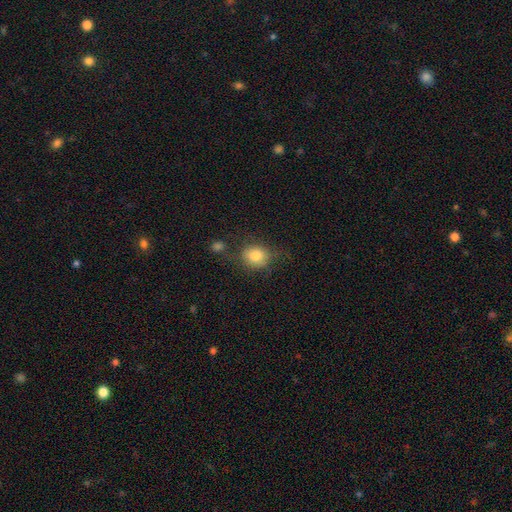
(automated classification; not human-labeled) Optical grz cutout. It shows a smooth galaxy with no disk features (81%) that is round (67%). Merging: none (64%).